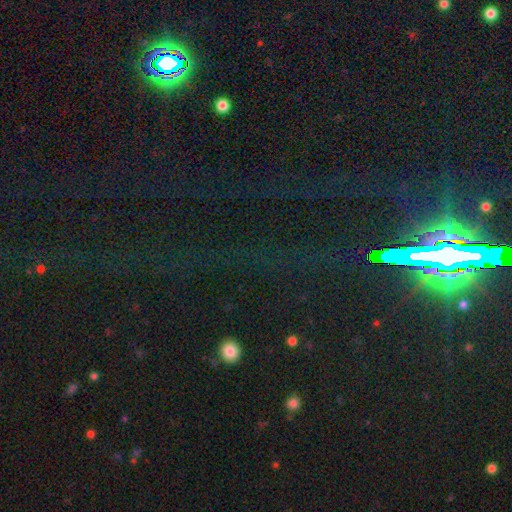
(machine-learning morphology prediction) type=star or artifact (80%).